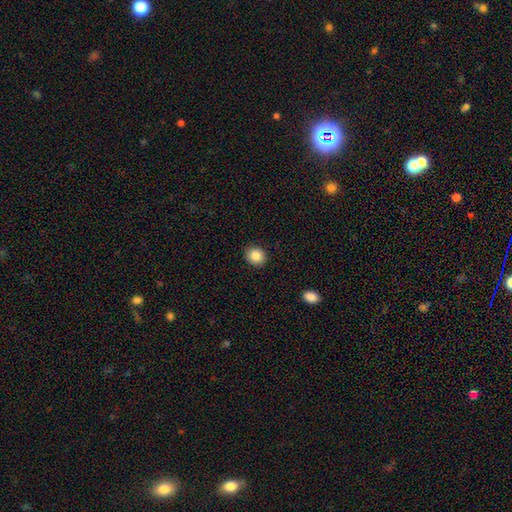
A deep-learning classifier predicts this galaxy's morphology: Smooth or featured?
  - smooth: 87% *
  - star or artifact: 9%
  - featured or disk: 5%
How rounded?
  - round: 77% *
  - in between: 22%
  - cigar-shaped: 1%
Merging?
  - none: 91% *
  - minor disturbance: 6%
  - major disturbance: 2%
  - merger: 1%